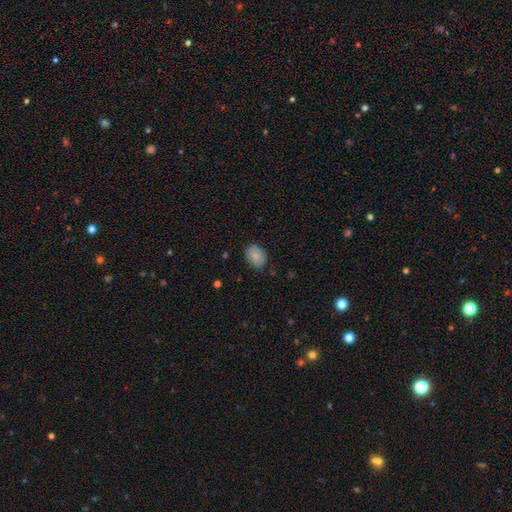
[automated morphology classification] This is clearly a smooth galaxy (81%). How rounded: possibly in between (60%). Merging: likely none (75%).